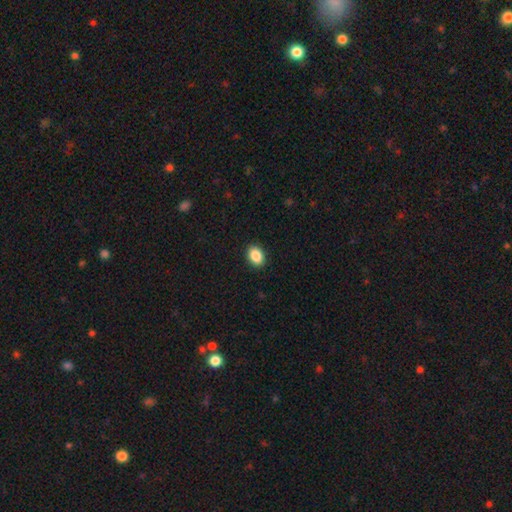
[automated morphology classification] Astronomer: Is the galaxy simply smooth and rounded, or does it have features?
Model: smooth — 88%.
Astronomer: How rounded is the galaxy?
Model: in between — 76%.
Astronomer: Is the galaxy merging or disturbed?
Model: none — 91%.